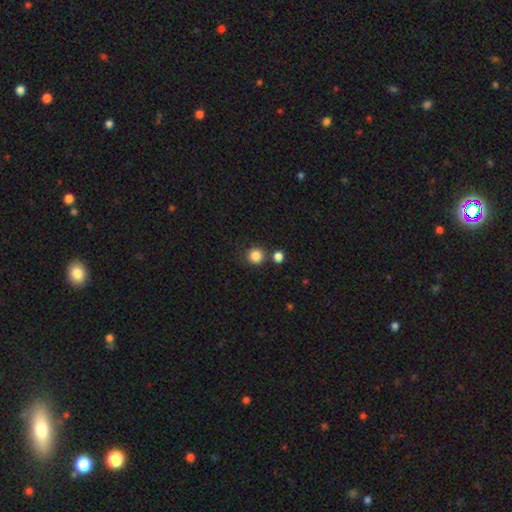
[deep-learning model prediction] smooth 85%, star or artifact 11%, featured or disk 4%. Down the decision tree: how rounded — round (93%); merging — none (77%).